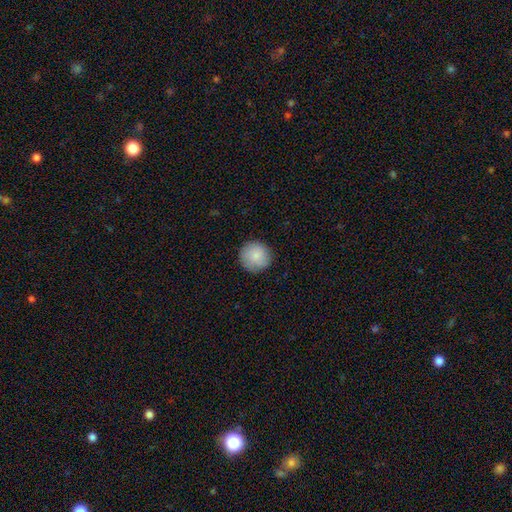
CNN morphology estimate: Overall: smooth (86%). How rounded: round (95%). Merging: none (88%).